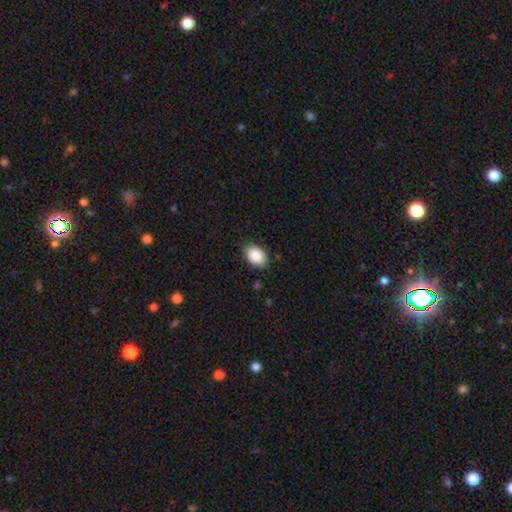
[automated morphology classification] Smooth or featured: smooth — 88% (star or artifact — 7%)
How rounded: in between — 84% (round — 15%)
Merging: none — 87% (minor disturbance — 10%)